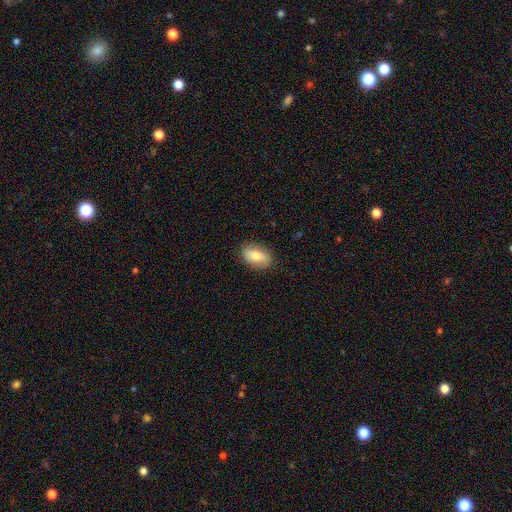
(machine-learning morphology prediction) This appears to be a smooth galaxy with no disk features (76%) that is in between round and cigar-shaped (90%). Merging: none (84%).